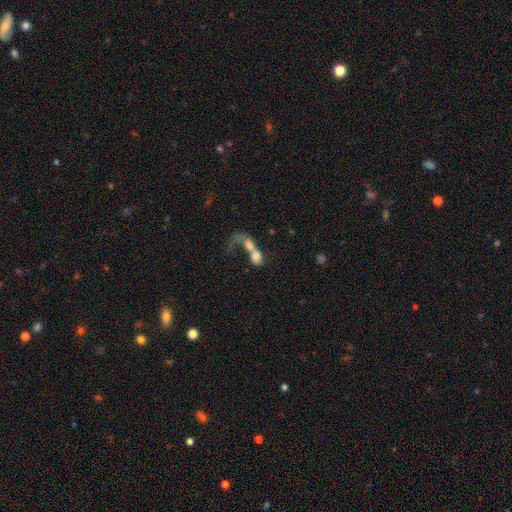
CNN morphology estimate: smooth 56%, featured or disk 34%, star or artifact 10%. Down the decision tree: how rounded — in between (57%); merging — merger (70%).